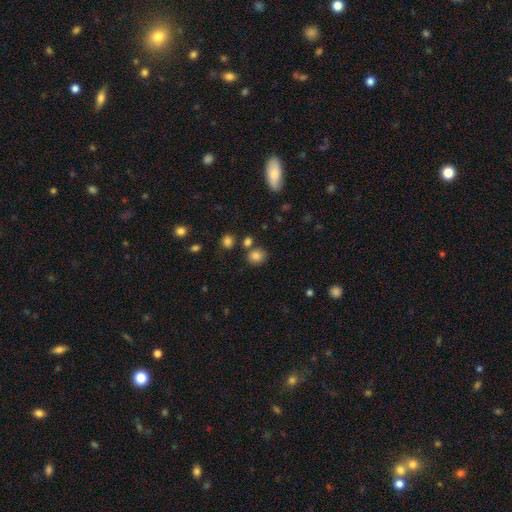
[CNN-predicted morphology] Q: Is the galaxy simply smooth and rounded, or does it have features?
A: smooth — 82%.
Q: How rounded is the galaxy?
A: round — 75%.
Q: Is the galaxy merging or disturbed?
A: none — 73%.